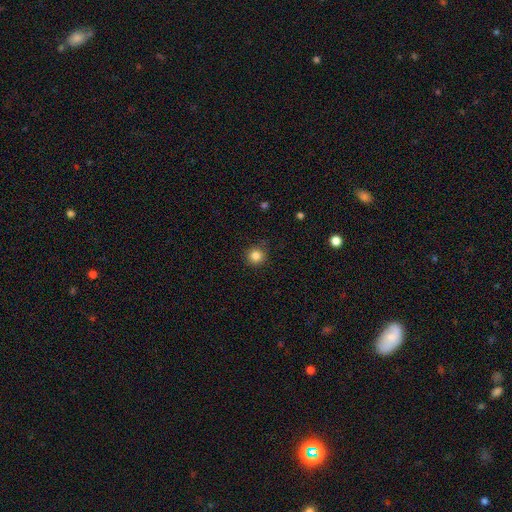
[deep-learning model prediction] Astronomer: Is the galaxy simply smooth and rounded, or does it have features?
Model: smooth — 84%.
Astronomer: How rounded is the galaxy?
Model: round — 93%.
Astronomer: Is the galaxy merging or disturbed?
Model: none — 87%.